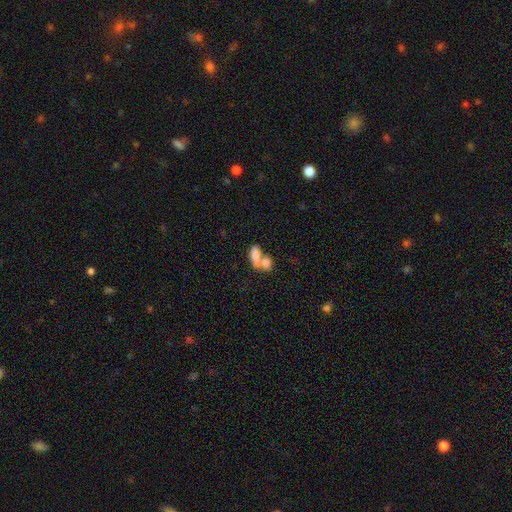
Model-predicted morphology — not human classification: smooth 75%, featured or disk 17%, star or artifact 8%. Down the decision tree: how rounded — in between (82%); merging — merger (71%).